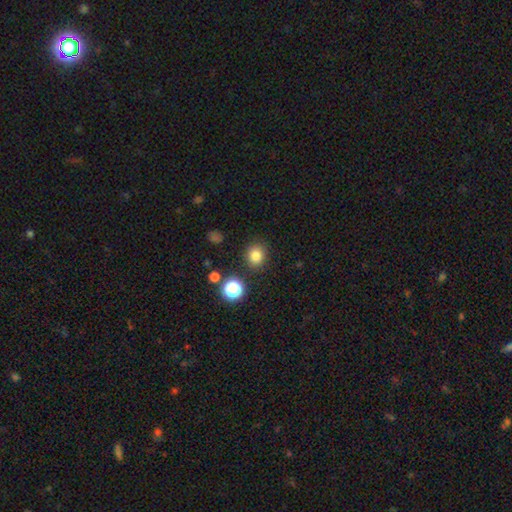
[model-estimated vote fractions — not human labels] smooth-or-featured: smooth: 81% | star or artifact: 14% | featured or disk: 5%
  how-rounded: round: 82% | in between: 17% | cigar-shaped: 1%
  merging: none: 87% | minor disturbance: 8% | major disturbance: 3% | merger: 3%